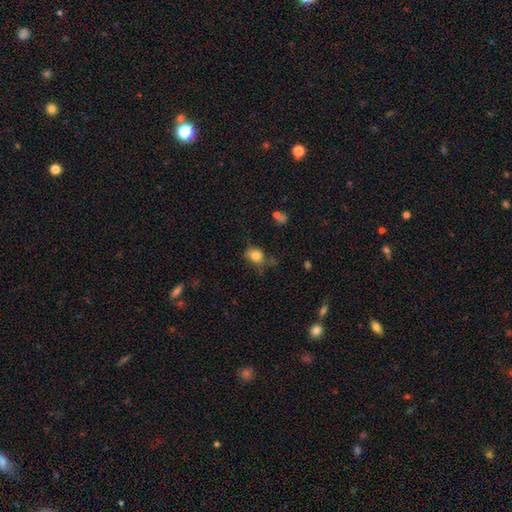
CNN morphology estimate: A smooth galaxy with no disk features (80%) that is in between round and cigar-shaped (54%). Merging: none (53%).